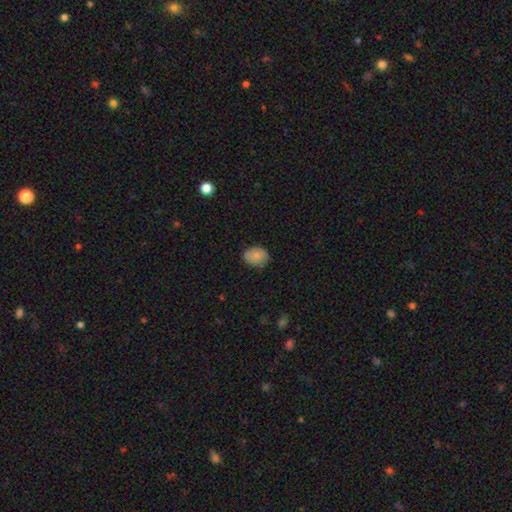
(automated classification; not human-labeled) This is clearly a smooth galaxy (80%). How rounded: possibly in between (59%). Merging: likely none (76%).